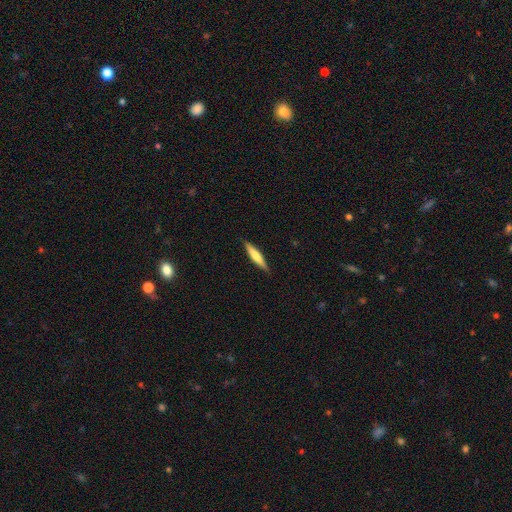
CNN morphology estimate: Smooth or featured? smooth (59%)
How rounded? cigar-shaped (89%)
Merging? none (89%)